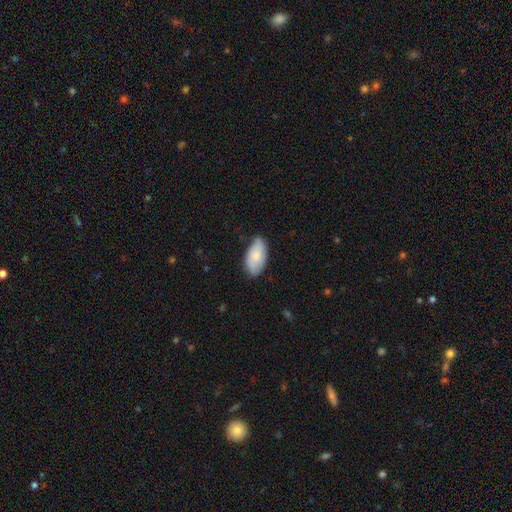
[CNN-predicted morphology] smooth_or_featured: smooth (p=0.75) [alt: featured or disk p=0.19]
how_rounded: in between (p=0.94) [alt: cigar-shaped p=0.03]
merging: none (p=0.68) [alt: minor disturbance p=0.27]